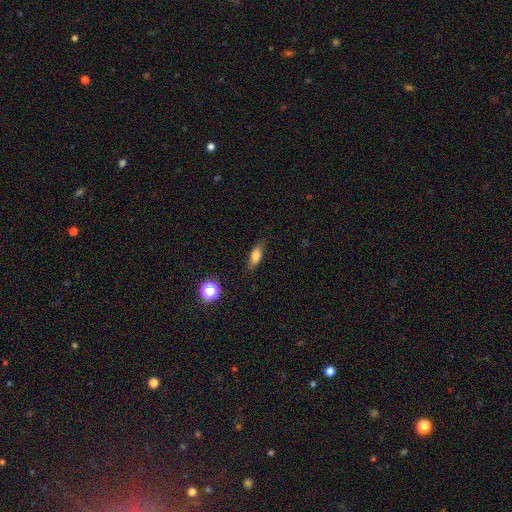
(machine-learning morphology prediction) Smooth or featured?
  - smooth: 74% *
  - featured or disk: 15%
  - star or artifact: 11%
How rounded?
  - in between: 69% *
  - cigar-shaped: 25%
  - round: 6%
Merging?
  - none: 77% *
  - minor disturbance: 17%
  - major disturbance: 4%
  - merger: 1%